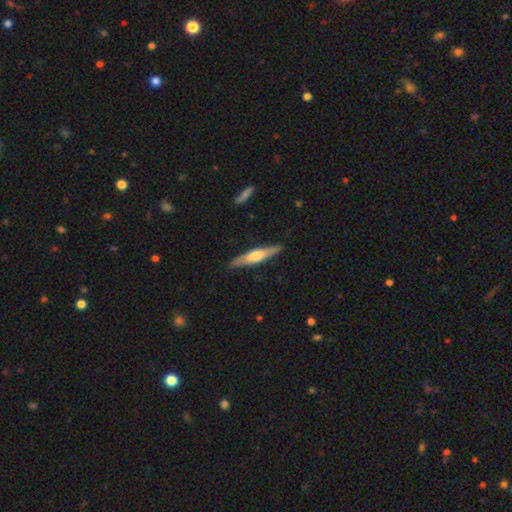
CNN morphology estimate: Smooth or featured? featured or disk (55%)
Edge-on disk? yes (93%)
Edge-on bulge? rounded (84%)
Merging? none (88%)